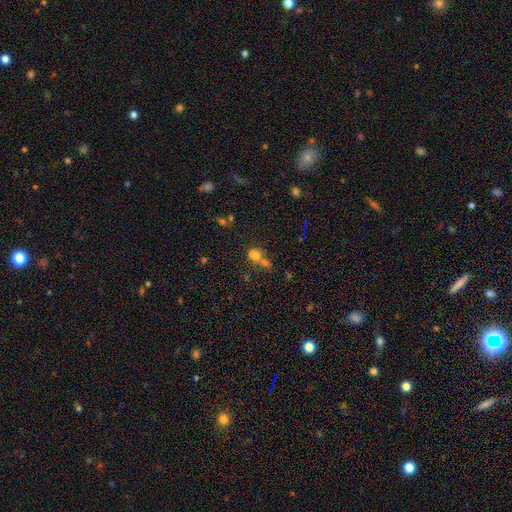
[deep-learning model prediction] smooth-or-featured: smooth: 66% | star or artifact: 20% | featured or disk: 14%
  how-rounded: round: 60% | in between: 38% | cigar-shaped: 2%
  merging: merger: 55% | none: 31% | minor disturbance: 9% | major disturbance: 6%